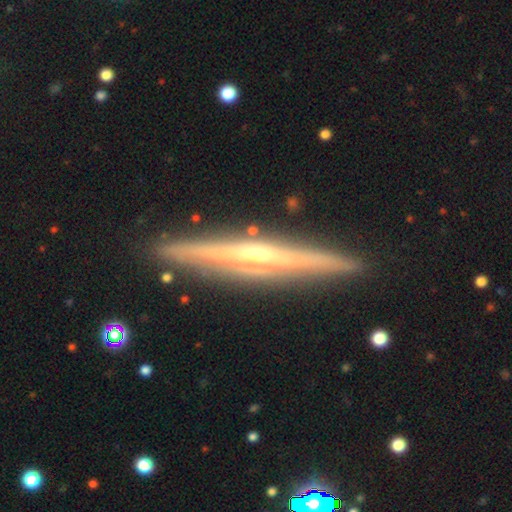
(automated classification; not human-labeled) This appears to be a featured or disk galaxy (82%) viewed edge-on (98%) with a rounded central bulge (71%). Merging: none (90%).